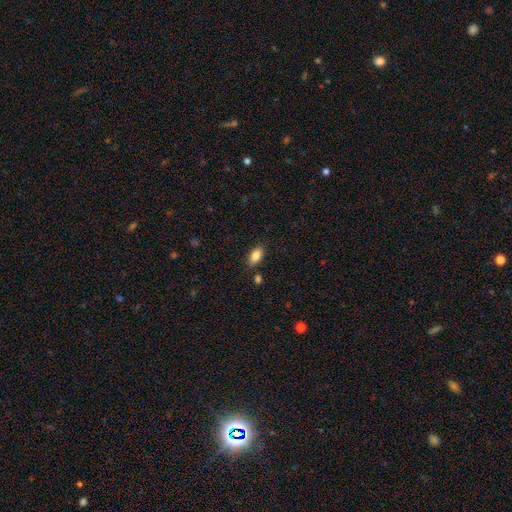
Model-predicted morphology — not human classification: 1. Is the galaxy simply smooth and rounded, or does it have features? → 83% smooth, 10% featured or disk, 8% star or artifact.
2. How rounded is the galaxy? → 88% in between, 8% cigar-shaped, 3% round.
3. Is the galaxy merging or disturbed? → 83% none, 11% minor disturbance, 3% merger, 2% major disturbance.